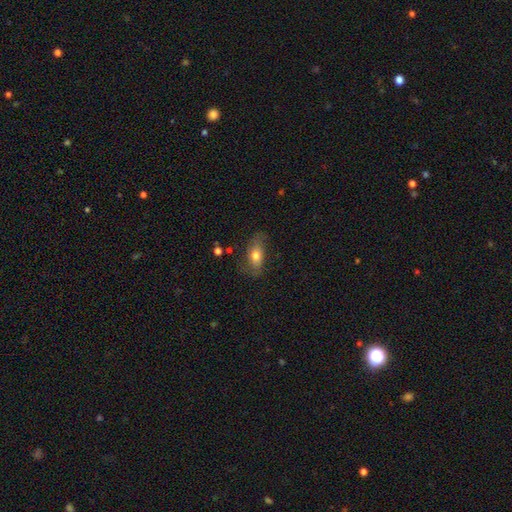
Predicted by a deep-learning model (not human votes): A smooth galaxy with no disk features (67%) that is in between round and cigar-shaped (83%). Merging: none (66%).